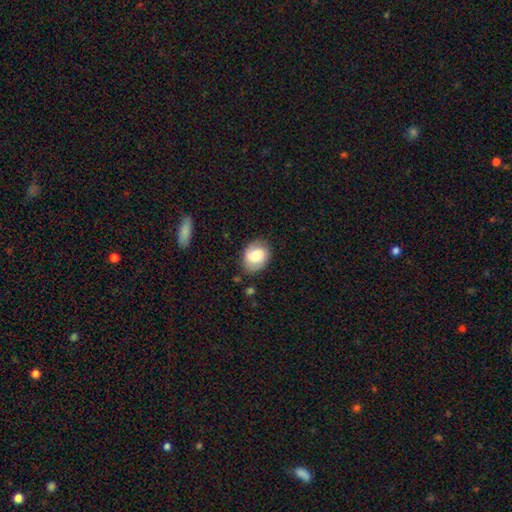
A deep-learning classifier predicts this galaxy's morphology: A smooth galaxy with no disk features (68%) that is in between round and cigar-shaped (56%). Merging: none (76%).